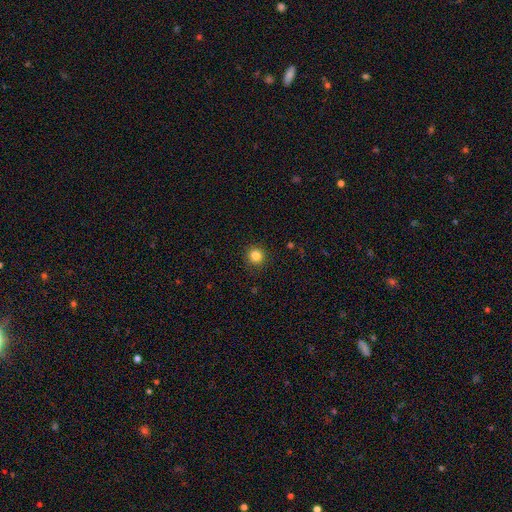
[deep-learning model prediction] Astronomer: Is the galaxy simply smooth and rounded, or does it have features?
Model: smooth — 83%.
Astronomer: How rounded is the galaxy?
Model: round — 95%.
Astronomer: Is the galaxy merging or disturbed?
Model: none — 91%.